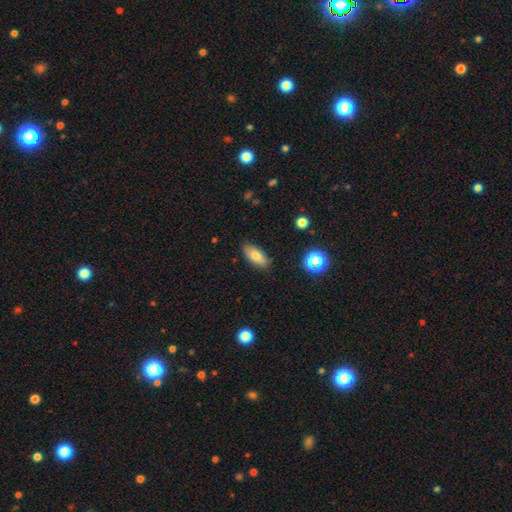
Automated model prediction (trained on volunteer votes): The model was most divided on "smooth or featured": smooth: 77%, featured or disk: 14%, star or artifact: 9%. More confident: how rounded — in between (86%); merging — none (84%).